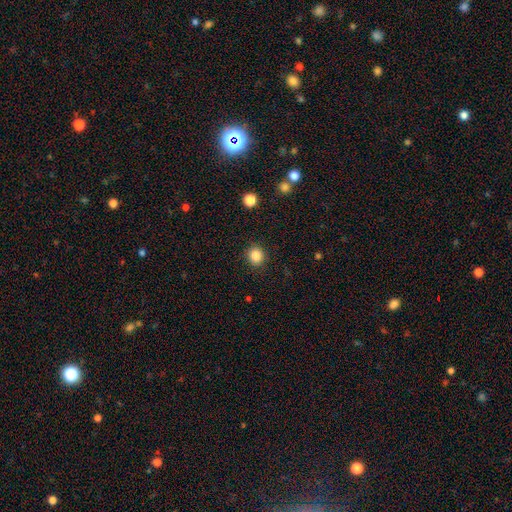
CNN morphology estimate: smooth 85%, star or artifact 11%, featured or disk 4%. Down the decision tree: how rounded — round (84%); merging — none (91%).